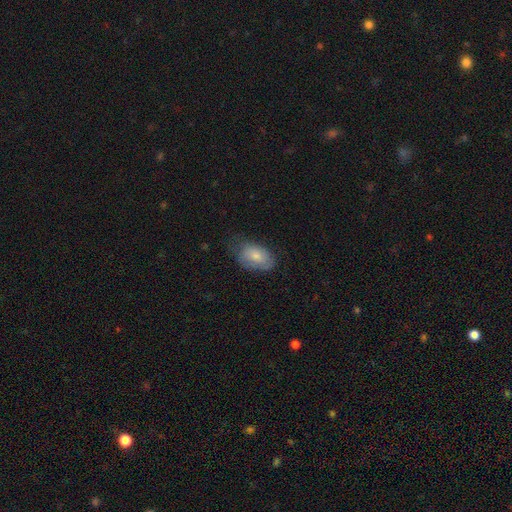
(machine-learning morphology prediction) smooth_or_featured: smooth (p=0.74) [alt: featured or disk p=0.19]
how_rounded: in between (p=0.91) [alt: round p=0.08]
merging: none (p=0.56) [alt: minor disturbance p=0.32]